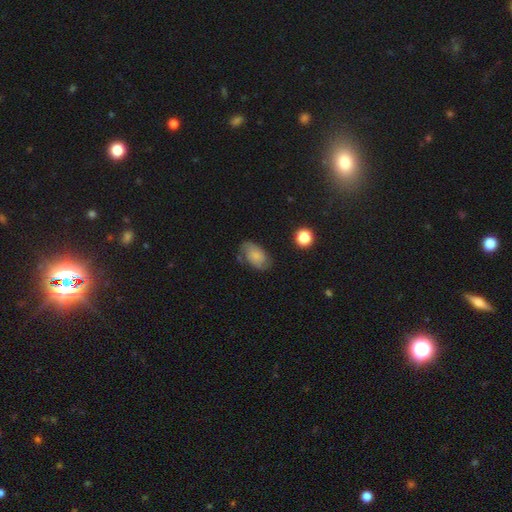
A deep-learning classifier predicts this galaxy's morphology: Smooth or featured? smooth (48%)
Merging? none (60%)